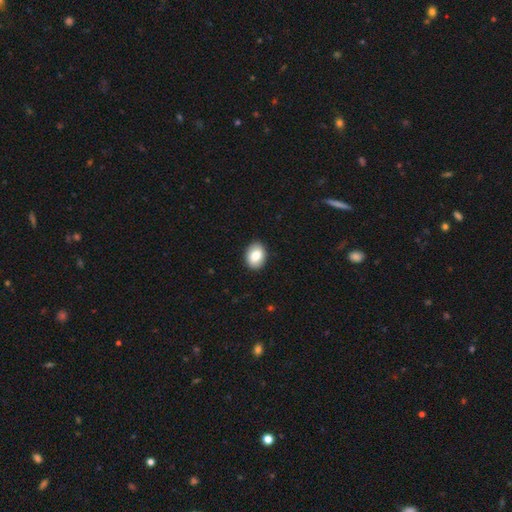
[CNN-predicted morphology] This appears to be a smooth galaxy with no disk features (83%) that is in between round and cigar-shaped (73%). Merging: none (90%).